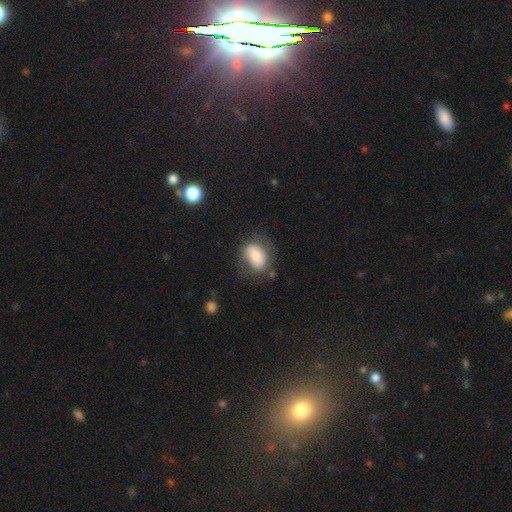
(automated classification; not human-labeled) smooth-or-featured: smooth: 66% | featured or disk: 26% | star or artifact: 8%
  how-rounded: in between: 74% | round: 25% | cigar-shaped: 1%
  merging: none: 64% | minor disturbance: 22% | major disturbance: 11% | merger: 3%